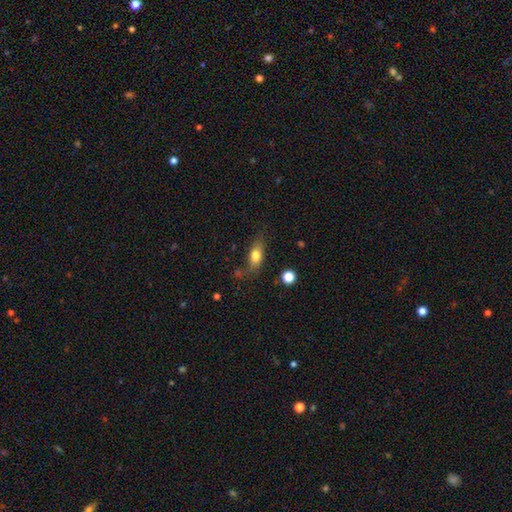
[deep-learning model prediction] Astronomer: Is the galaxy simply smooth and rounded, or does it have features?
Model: smooth — 75%.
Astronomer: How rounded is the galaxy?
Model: in between — 76%.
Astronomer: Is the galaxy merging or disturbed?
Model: none — 66%.